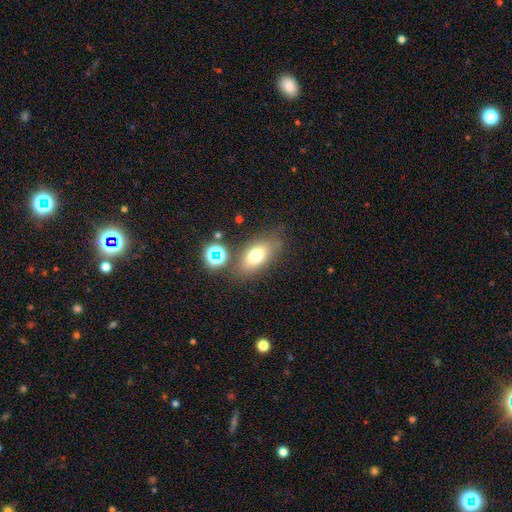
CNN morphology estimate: Q: Smooth or featured?
A: smooth (68%); runner-up: featured or disk (19%)
Q: How rounded?
A: in between (80%); runner-up: round (13%)
Q: Merging?
A: none (72%); runner-up: minor disturbance (15%)